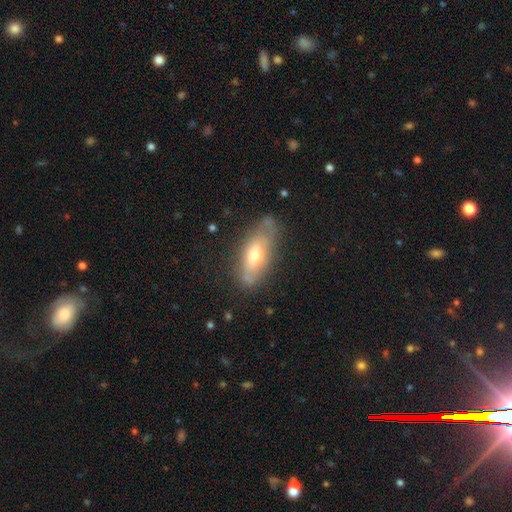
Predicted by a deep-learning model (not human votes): Smooth or featured?
  - smooth: 53% *
  - featured or disk: 40%
  - star or artifact: 7%
How rounded?
  - in between: 73% *
  - cigar-shaped: 24%
  - round: 3%
Merging?
  - none: 62% *
  - minor disturbance: 26%
  - major disturbance: 8%
  - merger: 4%